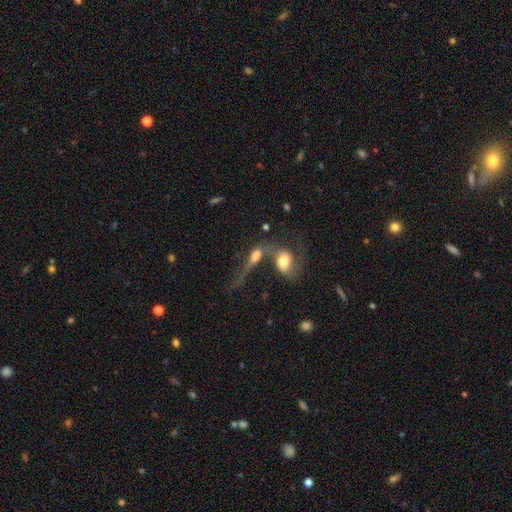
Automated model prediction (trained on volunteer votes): smooth 46%, featured or disk 43%, star or artifact 11%. Down the decision tree: merging — merger (63%).